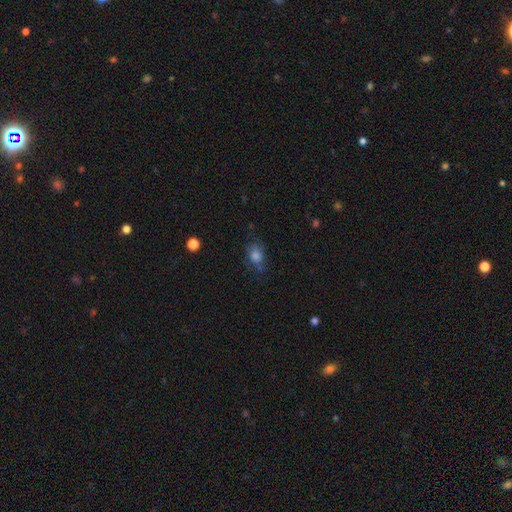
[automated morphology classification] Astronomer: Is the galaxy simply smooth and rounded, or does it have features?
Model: smooth — 62%.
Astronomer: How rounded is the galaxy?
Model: in between — 68%.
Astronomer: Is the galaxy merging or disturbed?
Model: none — 62%.